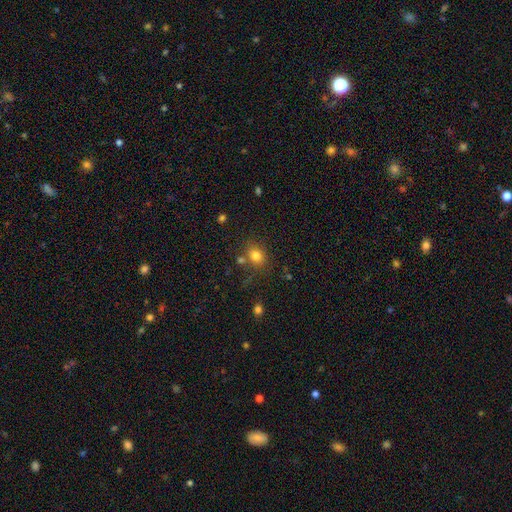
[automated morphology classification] type=smooth (79%); roundness=round (62%); merging=none (72%).